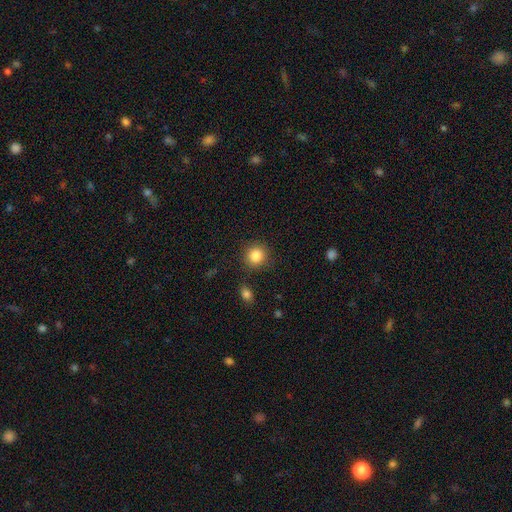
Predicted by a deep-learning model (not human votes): Q: Smooth or featured?
A: smooth (86%); runner-up: star or artifact (10%)
Q: How rounded?
A: round (91%); runner-up: in between (9%)
Q: Merging?
A: none (87%); runner-up: minor disturbance (8%)